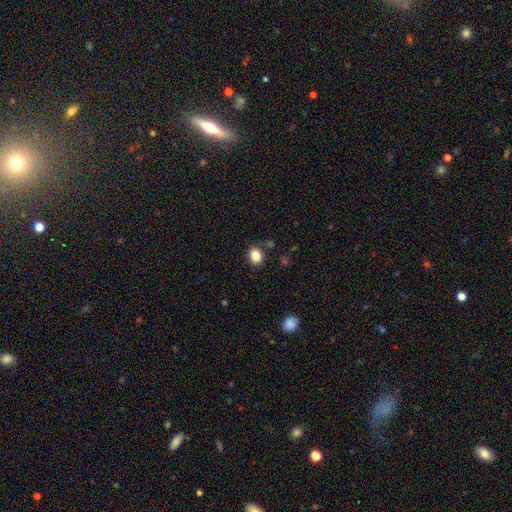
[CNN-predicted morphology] Smooth or featured?
  - smooth: 85% *
  - star or artifact: 10%
  - featured or disk: 5%
How rounded?
  - round: 58% *
  - in between: 41%
  - cigar-shaped: 1%
Merging?
  - none: 84% *
  - minor disturbance: 10%
  - merger: 3%
  - major disturbance: 3%